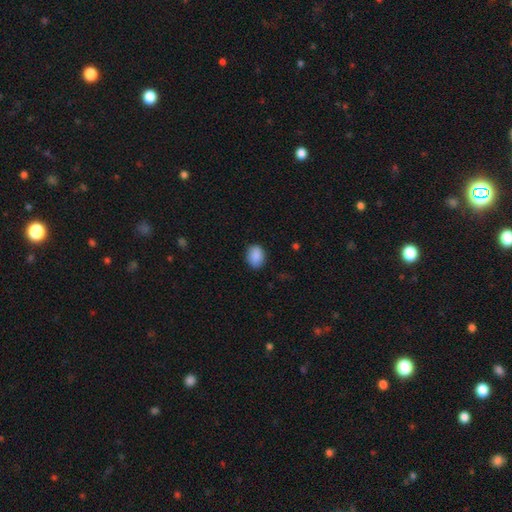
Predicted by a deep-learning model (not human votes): Q: Smooth or featured?
A: smooth (89%); runner-up: star or artifact (7%)
Q: How rounded?
A: in between (66%); runner-up: round (33%)
Q: Merging?
A: none (85%); runner-up: minor disturbance (11%)